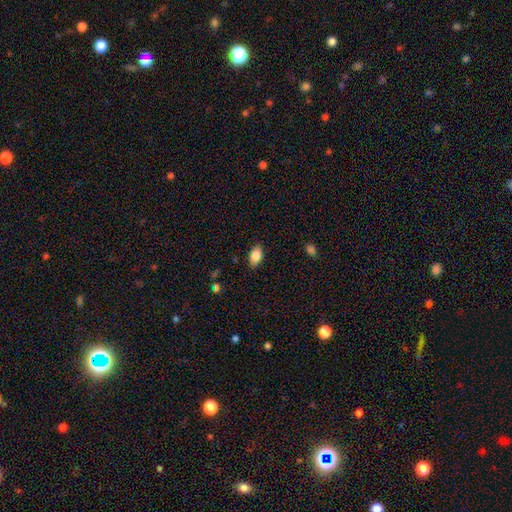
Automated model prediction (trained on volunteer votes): smooth-or-featured: smooth: 85% | star or artifact: 8% | featured or disk: 7%
  how-rounded: in between: 90% | round: 8% | cigar-shaped: 2%
  merging: none: 86% | minor disturbance: 11% | major disturbance: 2% | merger: 1%